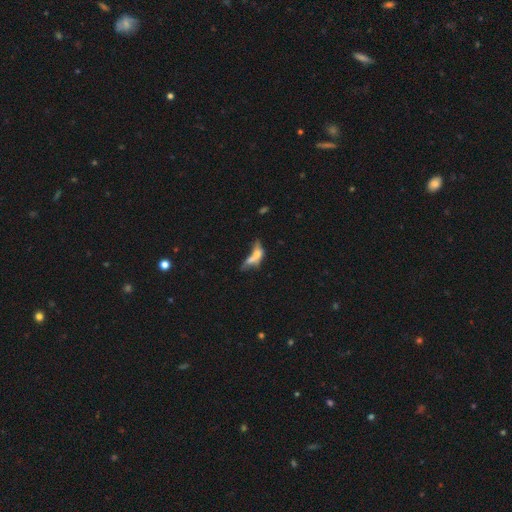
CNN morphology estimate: Smooth or featured? Predicted: smooth (p=0.50). Merging? Predicted: merger (p=0.48).